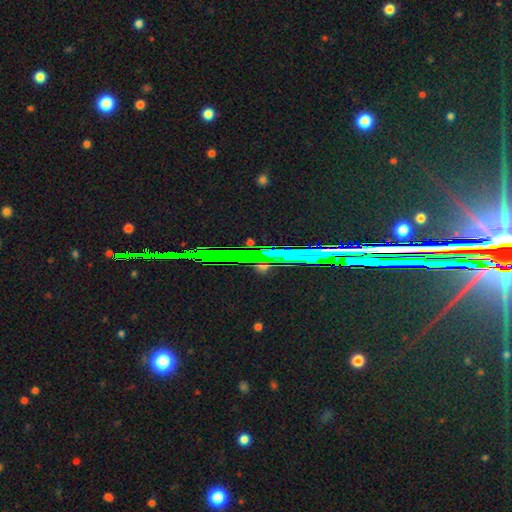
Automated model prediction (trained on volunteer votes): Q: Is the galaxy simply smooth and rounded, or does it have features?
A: star or artifact — 81%.